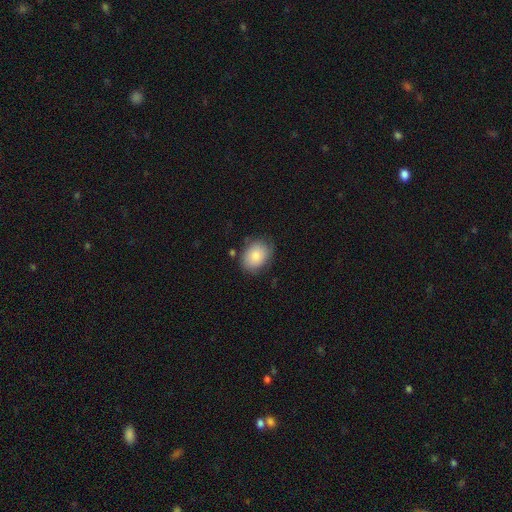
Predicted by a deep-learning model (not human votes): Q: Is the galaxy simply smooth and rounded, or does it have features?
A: smooth — 82%.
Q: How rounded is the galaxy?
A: in between — 63%.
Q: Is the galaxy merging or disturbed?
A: none — 73%.